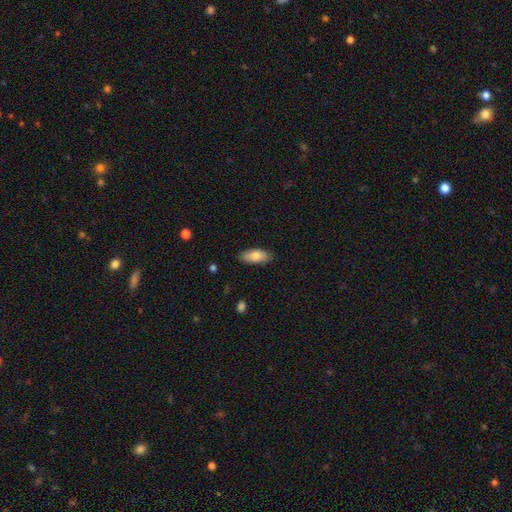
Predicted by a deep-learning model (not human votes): This appears to be a smooth galaxy with no disk features (82%) that is in between round and cigar-shaped (85%). Merging: none (86%).